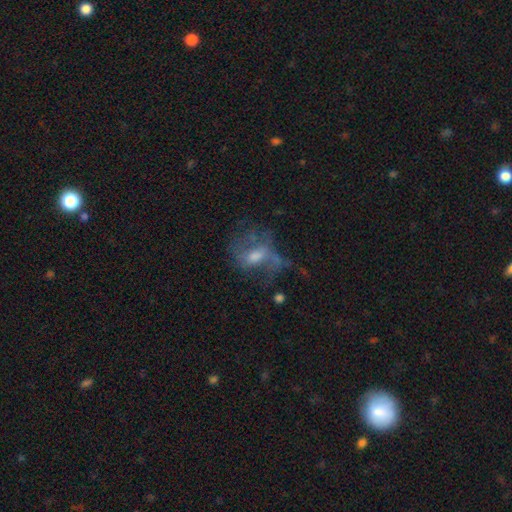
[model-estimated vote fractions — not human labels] Smooth or featured? Predicted: featured or disk (p=0.54). Edge-on disk? Predicted: no (p=0.94). Bar? Predicted: no (p=0.47). Spiral arms? Predicted: yes (p=0.53). Bulge size? Predicted: moderate (p=0.48). Merging? Predicted: none (p=0.46).